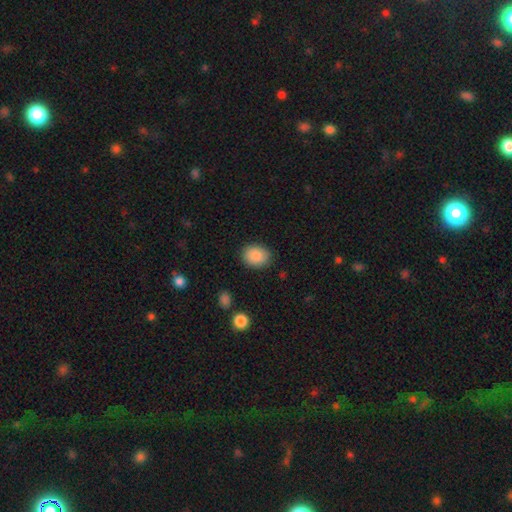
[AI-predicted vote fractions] This appears to be a smooth galaxy with no disk features (88%) that is in between round and cigar-shaped (52%). Merging: none (86%).